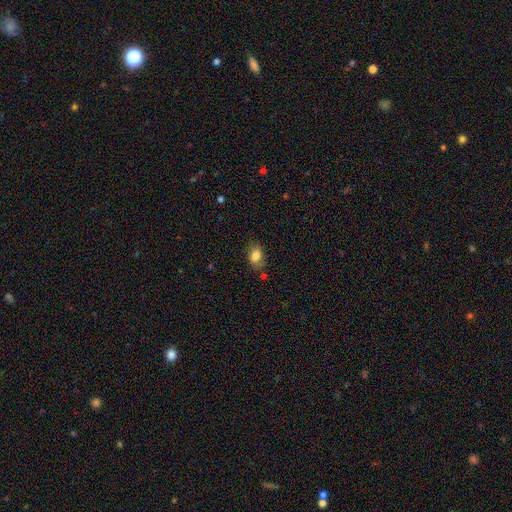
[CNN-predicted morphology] Q: Smooth or featured?
A: smooth (80%); runner-up: featured or disk (11%)
Q: How rounded?
A: in between (81%); runner-up: round (18%)
Q: Merging?
A: none (72%); runner-up: minor disturbance (20%)